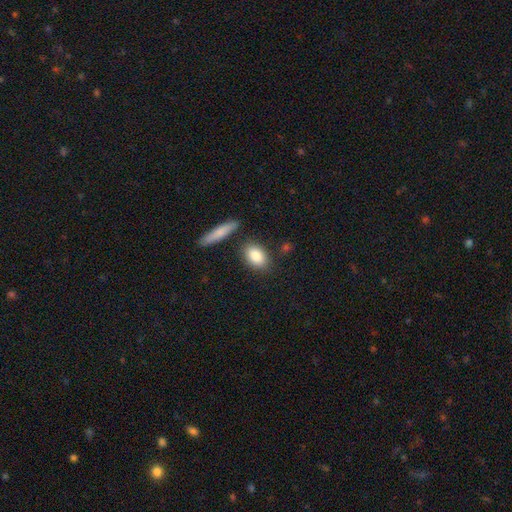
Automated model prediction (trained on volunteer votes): A smooth galaxy with no disk features (85%) that is in between round and cigar-shaped (82%). Merging: none (79%).